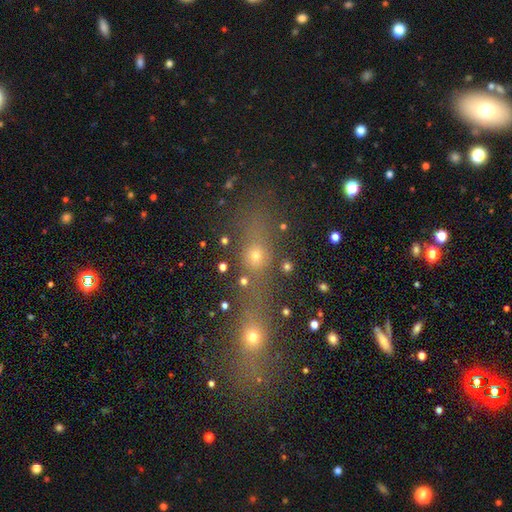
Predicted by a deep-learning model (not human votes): A smooth galaxy with no disk features (57%) that is round (48%). Merging: merger (50%).